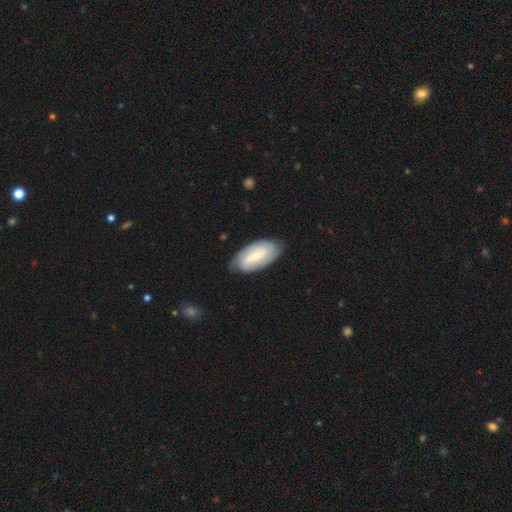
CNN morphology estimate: Smooth or featured?
  - featured or disk: 67% *
  - smooth: 28%
  - star or artifact: 5%
Edge-on disk?
  - no: 93% *
  - yes: 7%
Bar?
  - weak: 47% *
  - strong: 28%
  - no: 25%
Spiral arms?
  - yes: 86% *
  - no: 14%
Spiral winding?
  - tight: 43% *
  - medium: 36%
  - loose: 21%
Spiral arm count?
  - 2: 59% *
  - can't tell: 26%
  - 3: 8%
  - 4: 3%
  - 1: 3%
  - more than 4: 2%
Bulge size?
  - small: 59% *
  - moderate: 37%
  - none: 2%
  - large: 2%
  - dominant: 1%
Merging?
  - none: 79% *
  - minor disturbance: 16%
  - major disturbance: 3%
  - merger: 1%